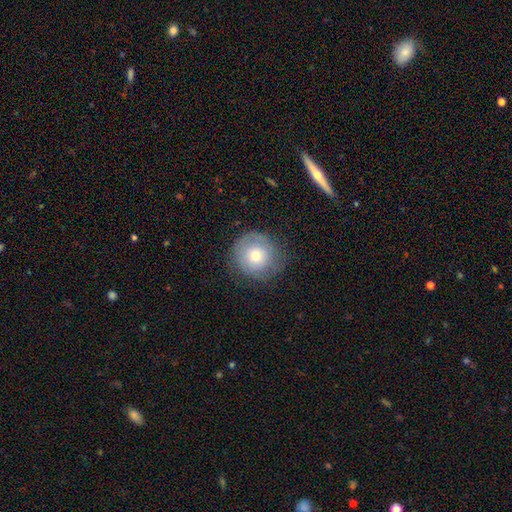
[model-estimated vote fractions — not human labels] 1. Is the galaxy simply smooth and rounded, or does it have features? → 65% smooth, 26% featured or disk, 9% star or artifact.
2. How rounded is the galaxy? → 93% round, 6% in between, 1% cigar-shaped.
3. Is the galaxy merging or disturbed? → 73% none, 19% minor disturbance, 7% major disturbance, 1% merger.